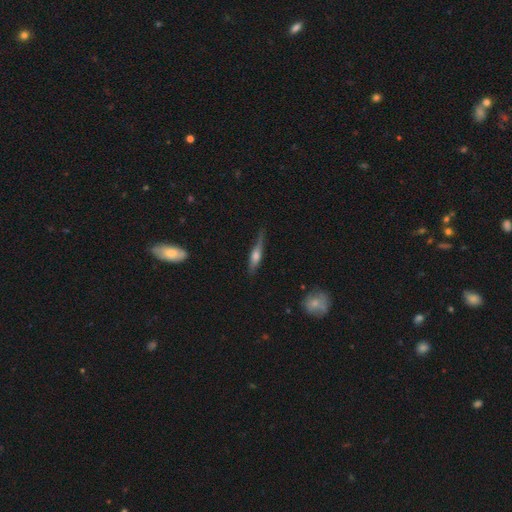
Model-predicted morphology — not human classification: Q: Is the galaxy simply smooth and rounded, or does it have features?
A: featured or disk — 52%.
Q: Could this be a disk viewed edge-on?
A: yes — 92%.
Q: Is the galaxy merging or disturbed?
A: none — 70%.